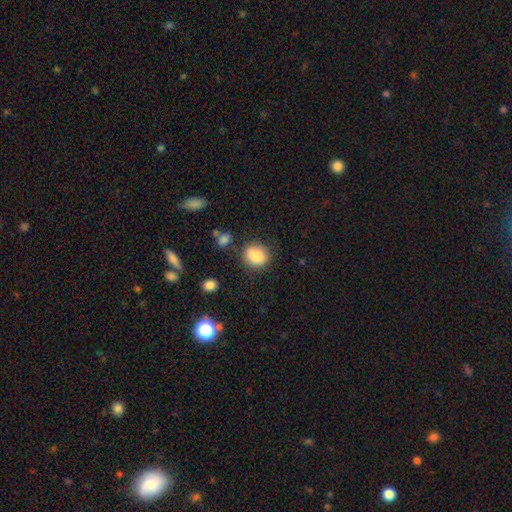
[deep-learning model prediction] smooth_or_featured: smooth (p=0.86) [alt: star or artifact p=0.09]
how_rounded: round (p=0.61) [alt: in between p=0.38]
merging: none (p=0.81) [alt: minor disturbance p=0.12]